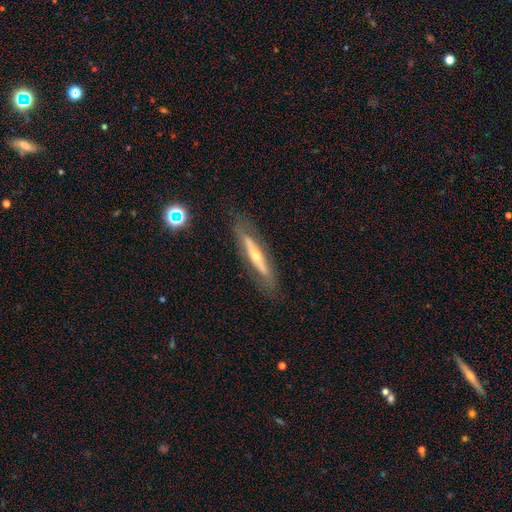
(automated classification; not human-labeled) A featured or disk galaxy (67%) viewed edge-on (82%) with a rounded central bulge (78%).

Vote fractions:
- Smooth or featured? featured or disk: 67% / smooth: 25% / star or artifact: 8%
- Edge-on disk? yes: 82% / no: 18%
- Edge-on bulge? rounded: 78% / none: 18% / boxy: 4%
- Merging? none: 83% / minor disturbance: 12% / major disturbance: 3% / merger: 2%